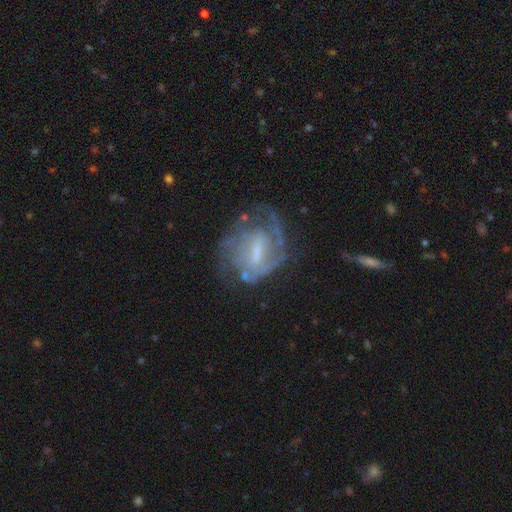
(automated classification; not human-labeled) The model was most divided on "spiral arm count": can't tell: 35%, 2: 32%, 3: 16%, 1: 9%, 4: 5%, more than 4: 3%. Remaining: edge-on disk — no (96%); spiral arms — yes (86%); smooth or featured — featured or disk (78%); merging — none (58%); bar — weak (51%); spiral winding — tight (47%); bulge size — small (40%).